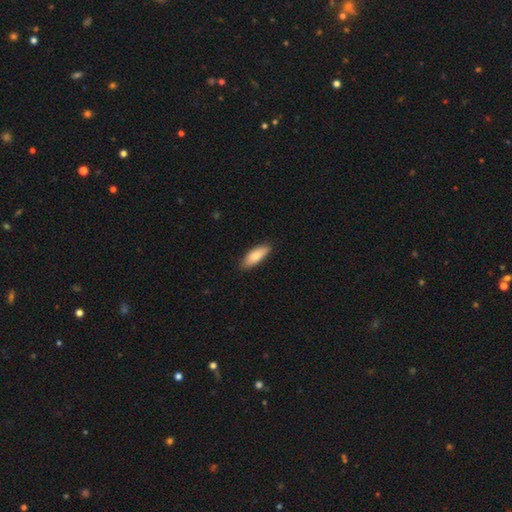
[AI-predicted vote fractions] smooth_or_featured: smooth (p=0.85) [alt: featured or disk p=0.10]
how_rounded: in between (p=0.68) [alt: cigar-shaped p=0.30]
merging: none (p=0.84) [alt: minor disturbance p=0.13]